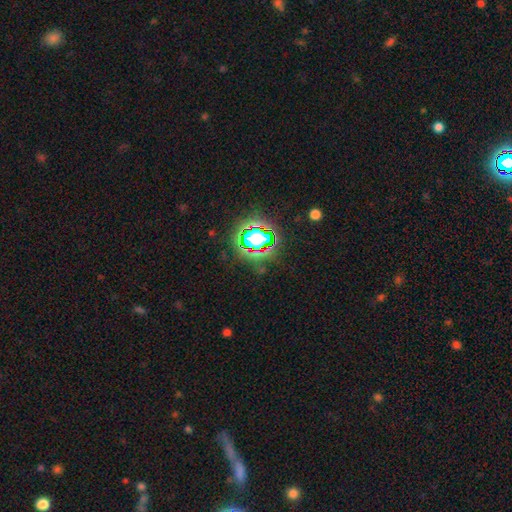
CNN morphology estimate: type=star or artifact (78%).